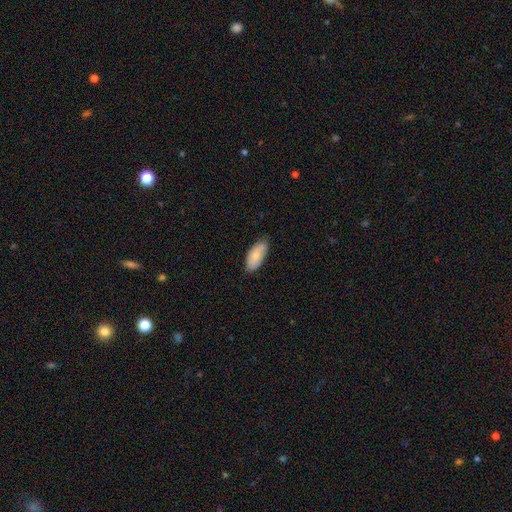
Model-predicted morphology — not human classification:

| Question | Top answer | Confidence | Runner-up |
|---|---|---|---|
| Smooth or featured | smooth | 80% | featured or disk (14%) |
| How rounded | in between | 91% | cigar-shaped (7%) |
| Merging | none | 77% | minor disturbance (20%) |